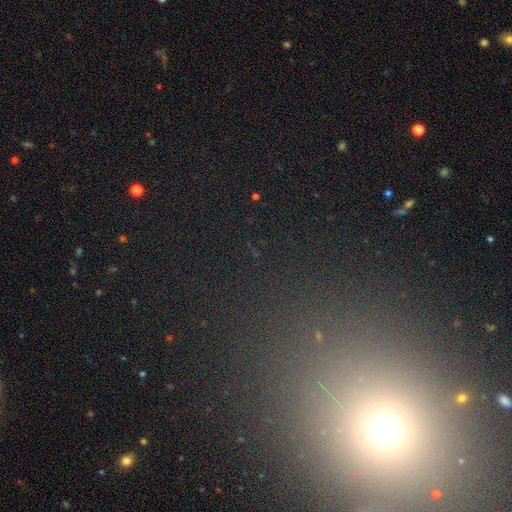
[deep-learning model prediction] This is possibly a star or artifact rather than a galaxy (55%).